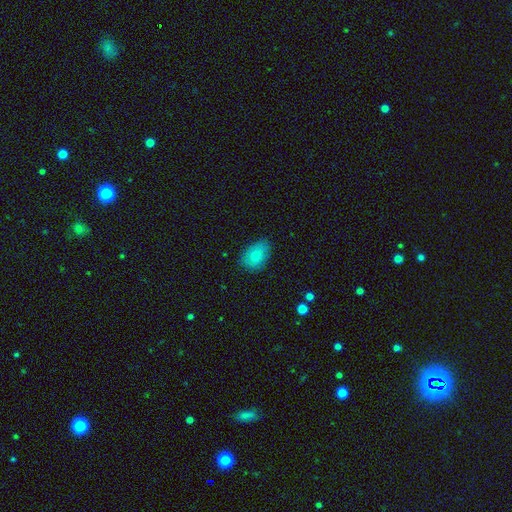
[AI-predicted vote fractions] A smooth galaxy with no disk features (81%) that is in between round and cigar-shaped (84%). Merging: none (77%).